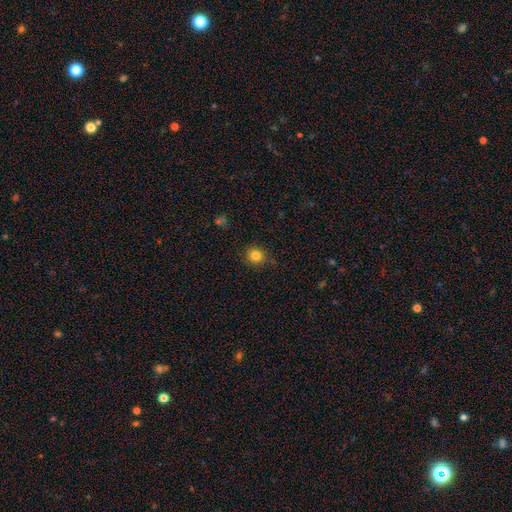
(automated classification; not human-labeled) Smooth or featured? smooth (83%)
How rounded? round (87%)
Merging? none (85%)